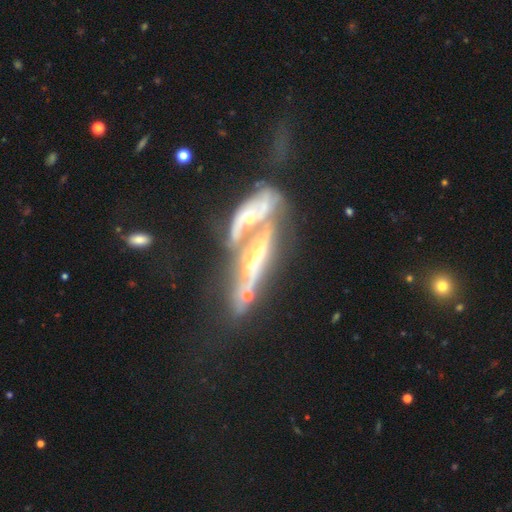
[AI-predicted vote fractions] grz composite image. It shows a featured or disk galaxy (74%). Merging: merger (62%).